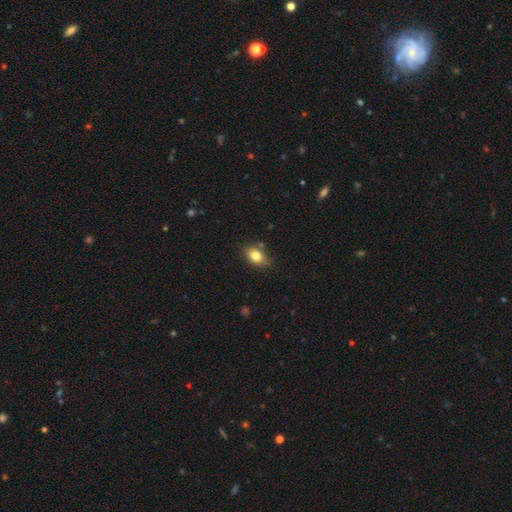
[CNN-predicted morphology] type=smooth (81%); roundness=in between (80%); merging=none (72%).